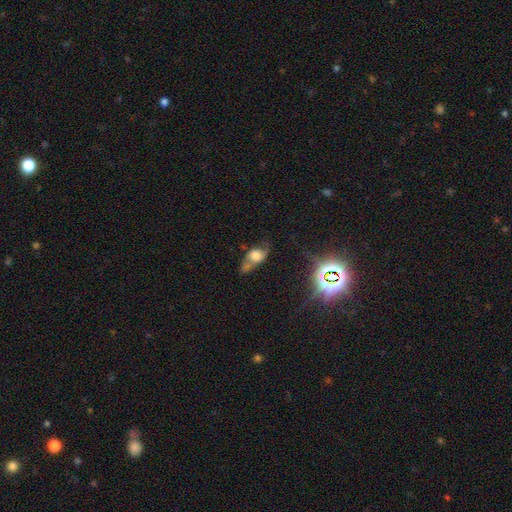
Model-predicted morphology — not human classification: A featured or disk galaxy (44%). Merging: none (33%).